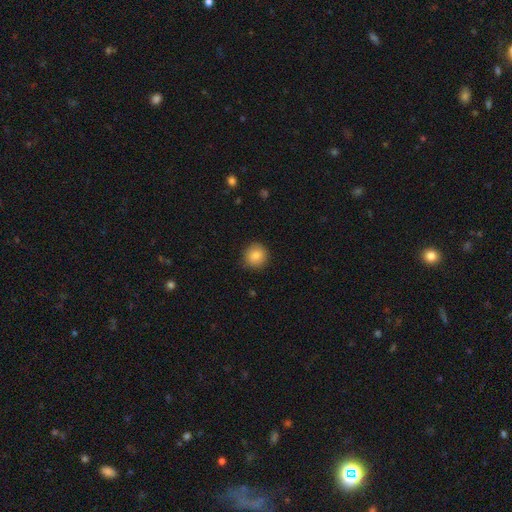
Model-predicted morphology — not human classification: Smooth or featured? Predicted: smooth (p=0.84). How rounded? Predicted: round (p=0.93). Merging? Predicted: none (p=0.89).